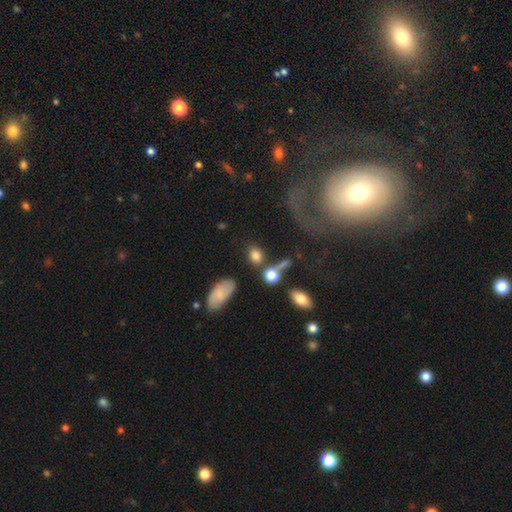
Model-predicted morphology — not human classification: smooth 80%, star or artifact 10%, featured or disk 9%. Down the decision tree: how rounded — in between (50%); merging — none (64%).